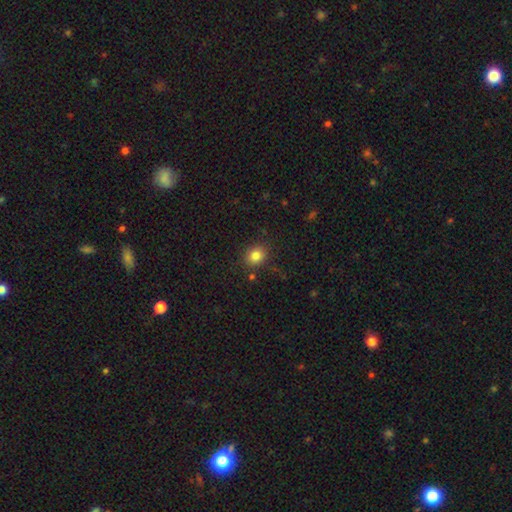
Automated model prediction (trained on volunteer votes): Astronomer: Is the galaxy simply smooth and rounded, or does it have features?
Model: smooth — 83%.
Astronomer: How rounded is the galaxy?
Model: round — 60% (runner-up: in between, 39%).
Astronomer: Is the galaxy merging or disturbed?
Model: none — 84%.